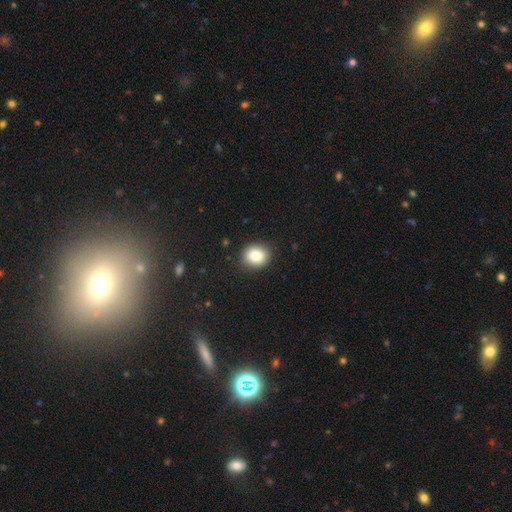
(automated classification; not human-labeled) Q: Smooth or featured?
A: smooth (84%); runner-up: star or artifact (9%)
Q: How rounded?
A: round (73%); runner-up: in between (26%)
Q: Merging?
A: none (89%); runner-up: minor disturbance (8%)